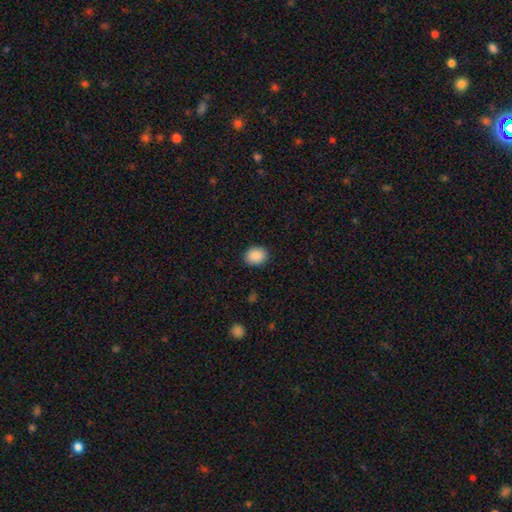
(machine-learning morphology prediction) The model was most divided on "how rounded": in between: 51%, round: 48%, cigar-shaped: 1%. More confident: smooth or featured — smooth (89%); merging — none (89%).